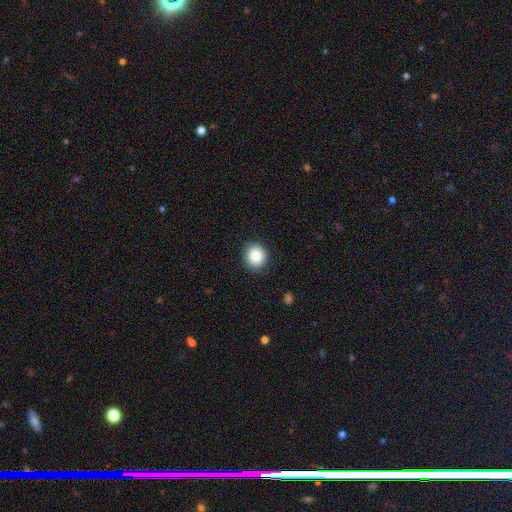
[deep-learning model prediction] smooth-or-featured: smooth: 85% | star or artifact: 9% | featured or disk: 6%
  how-rounded: round: 88% | in between: 11% | cigar-shaped: 1%
  merging: none: 91% | minor disturbance: 6% | major disturbance: 2% | merger: 1%